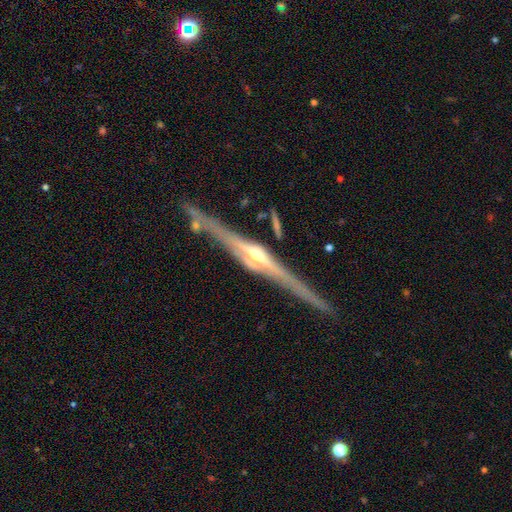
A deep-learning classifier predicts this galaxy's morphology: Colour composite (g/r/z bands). It shows a featured or disk galaxy (90%) viewed edge-on (98%) with a rounded central bulge (89%). Merging: none (84%).